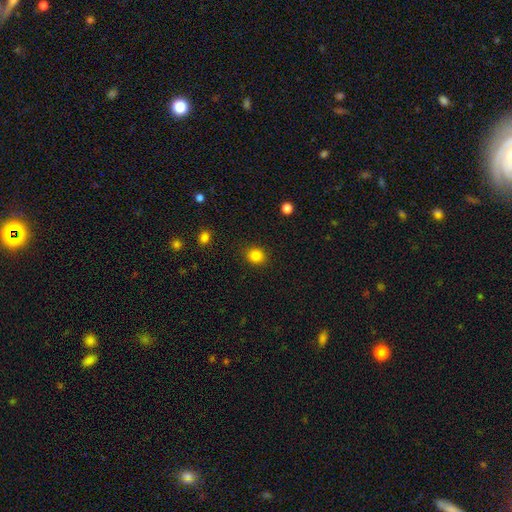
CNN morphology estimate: Smooth or featured?
  - smooth: 85% *
  - star or artifact: 11%
  - featured or disk: 4%
How rounded?
  - round: 77% *
  - in between: 22%
  - cigar-shaped: 1%
Merging?
  - none: 89% *
  - minor disturbance: 8%
  - major disturbance: 2%
  - merger: 1%